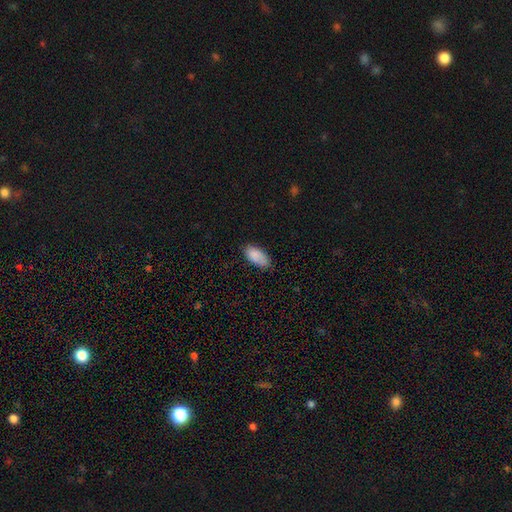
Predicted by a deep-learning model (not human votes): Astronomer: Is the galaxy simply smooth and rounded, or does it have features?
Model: smooth — 86%.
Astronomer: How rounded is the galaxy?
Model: in between — 94%.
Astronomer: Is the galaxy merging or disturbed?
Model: none — 70%.